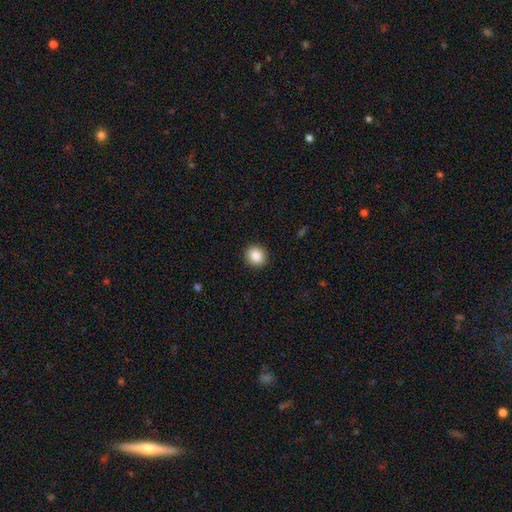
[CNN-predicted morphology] The model was most divided on "how rounded": round: 86%, in between: 13%, cigar-shaped: 1%. More confident: merging — none (92%); smooth or featured — smooth (87%).